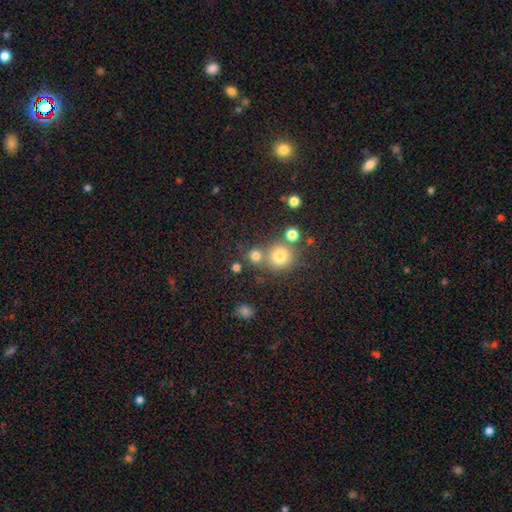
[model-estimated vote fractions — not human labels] A smooth galaxy with no disk features (75%) that is round (88%).

Vote fractions:
- Smooth or featured? smooth: 75% / star or artifact: 17% / featured or disk: 8%
- How rounded? round: 88% / in between: 11% / cigar-shaped: 1%
- Merging? none: 62% / merger: 26% / minor disturbance: 8% / major disturbance: 4%